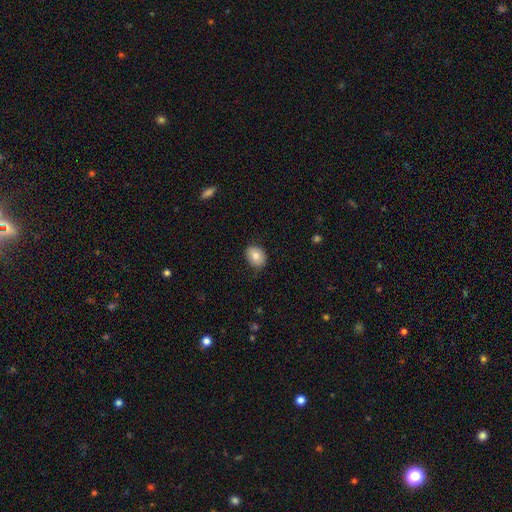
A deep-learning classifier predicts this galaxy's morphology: type=smooth (80%); roundness=in between (60%); merging=none (82%).